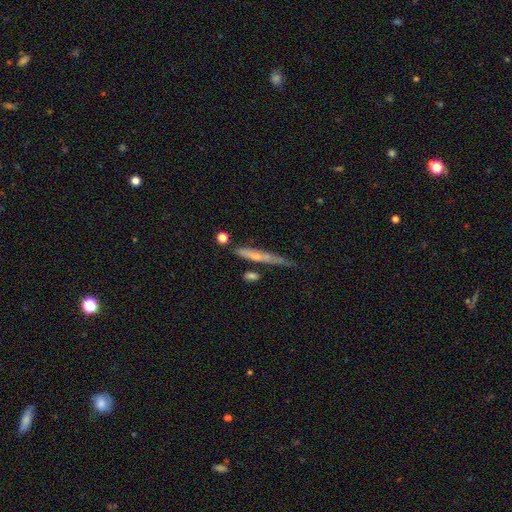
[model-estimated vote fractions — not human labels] Q: Smooth or featured?
A: smooth (50%); runner-up: featured or disk (42%)
Q: How rounded?
A: cigar-shaped (91%); runner-up: in between (6%)
Q: Merging?
A: none (59%); runner-up: minor disturbance (23%)